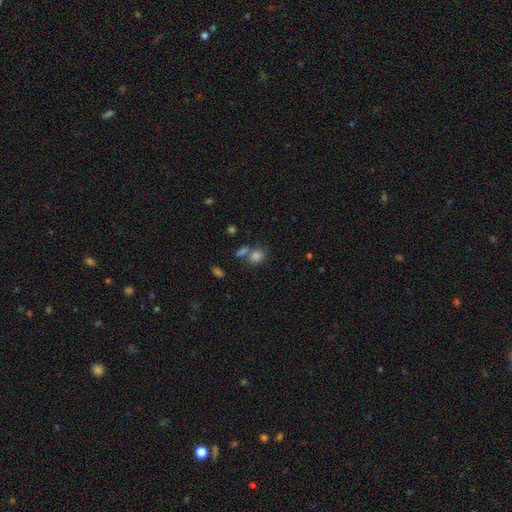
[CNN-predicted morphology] This appears to be a smooth galaxy with no disk features (79%) that is in between round and cigar-shaped (52%). Merging: none (51%).